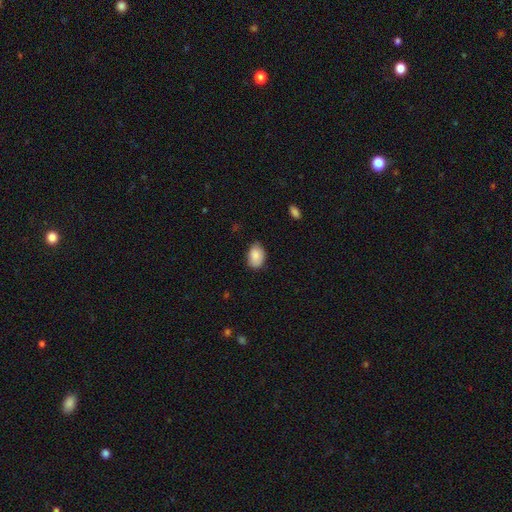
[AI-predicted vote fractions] A smooth galaxy with no disk features (87%) that is in between round and cigar-shaped (85%). Merging: none (75%).